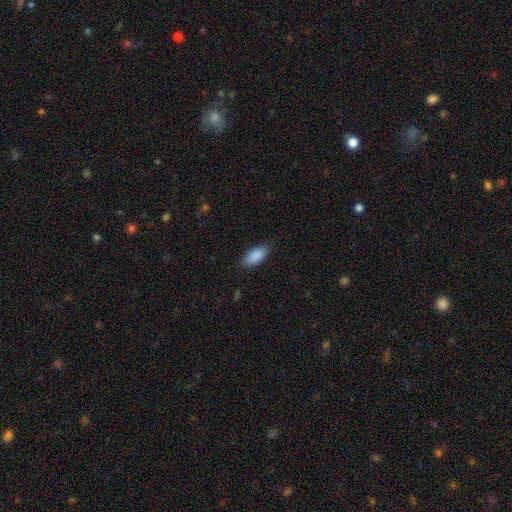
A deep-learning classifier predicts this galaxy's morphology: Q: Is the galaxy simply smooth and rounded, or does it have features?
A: smooth — 89%.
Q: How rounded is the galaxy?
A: in between — 89%.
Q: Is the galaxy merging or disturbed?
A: none — 86%.